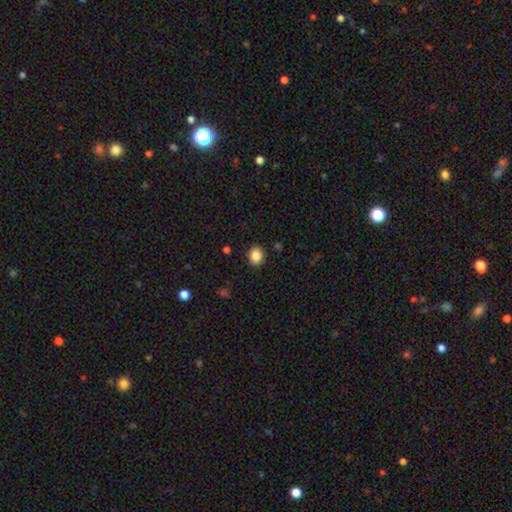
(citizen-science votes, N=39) Morphology: type=smooth (92%); roundness=round (69%); merging=none (92%).